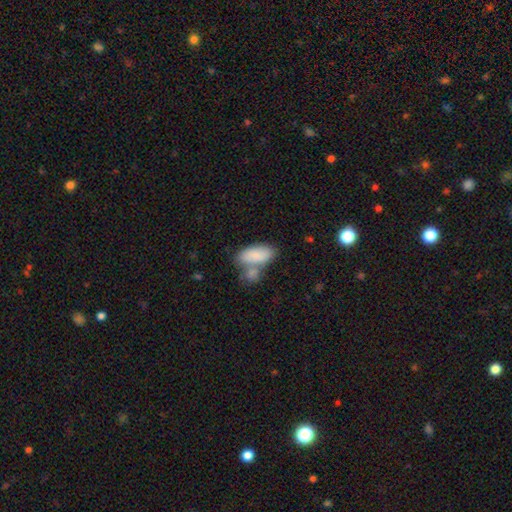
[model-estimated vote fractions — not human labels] Q: Smooth or featured?
A: smooth (83%); runner-up: featured or disk (11%)
Q: How rounded?
A: in between (90%); runner-up: cigar-shaped (7%)
Q: Merging?
A: merger (41%); runner-up: none (40%)